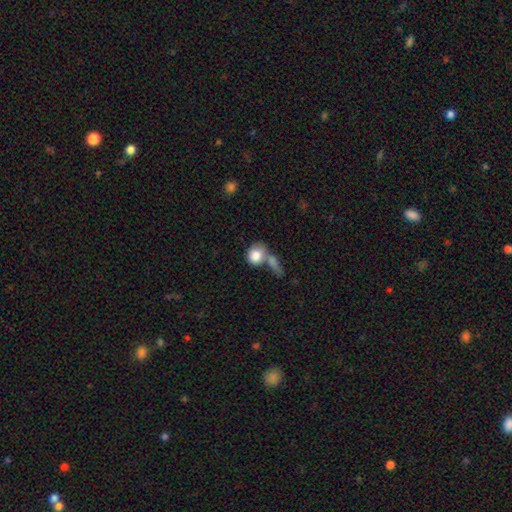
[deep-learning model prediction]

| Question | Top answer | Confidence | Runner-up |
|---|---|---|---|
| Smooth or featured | smooth | 81% | featured or disk (12%) |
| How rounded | round | 58% | in between (40%) |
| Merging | merger | 50% | none (29%) |